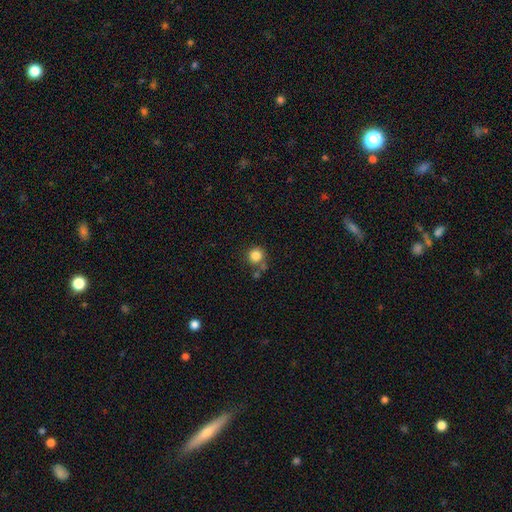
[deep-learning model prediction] This appears to be a smooth galaxy with no disk features (84%) that is round (93%). Merging: none (69%).